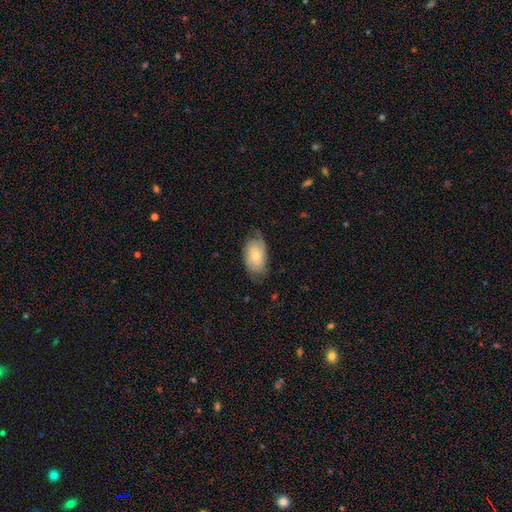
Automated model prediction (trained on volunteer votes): Overall: smooth (48%; featured or disk 45%). Merging: none (61%; minor disturbance 27%).